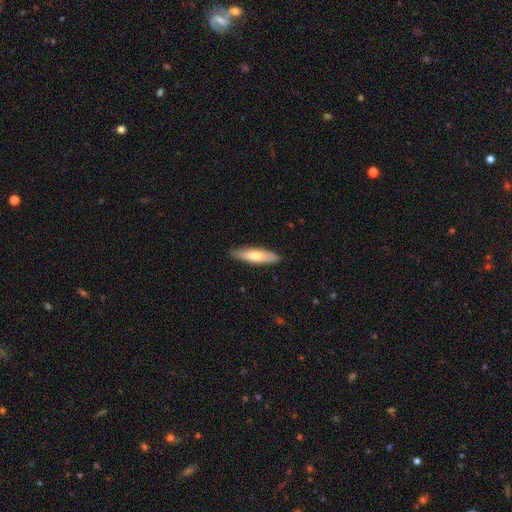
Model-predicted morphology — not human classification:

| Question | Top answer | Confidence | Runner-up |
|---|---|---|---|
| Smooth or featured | smooth | 69% | featured or disk (26%) |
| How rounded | cigar-shaped | 63% | in between (35%) |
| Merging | none | 88% | minor disturbance (10%) |